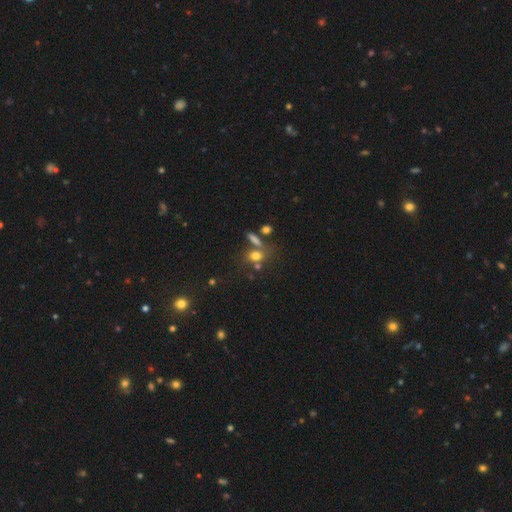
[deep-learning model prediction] Morphology: type=smooth (69%); roundness=in between (47%); merging=none (53%).